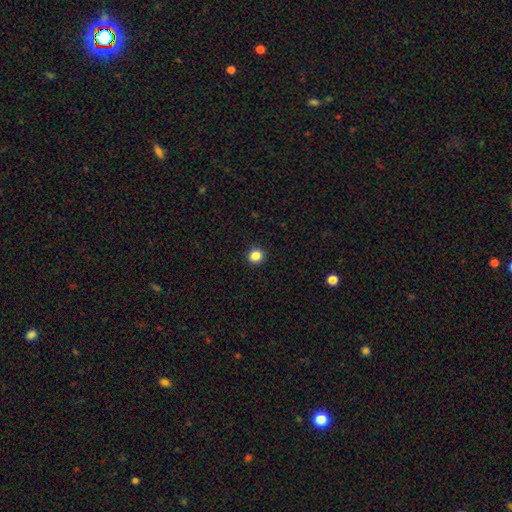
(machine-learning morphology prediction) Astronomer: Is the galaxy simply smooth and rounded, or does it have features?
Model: smooth — 85%.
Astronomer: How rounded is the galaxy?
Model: round — 92%.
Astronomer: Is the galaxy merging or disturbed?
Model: none — 93%.